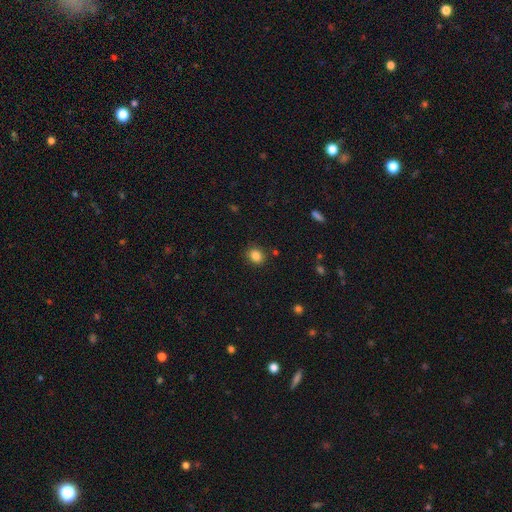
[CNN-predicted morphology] Q: Smooth or featured?
A: smooth (85%); runner-up: star or artifact (10%)
Q: How rounded?
A: round (58%); runner-up: in between (41%)
Q: Merging?
A: none (87%); runner-up: minor disturbance (9%)